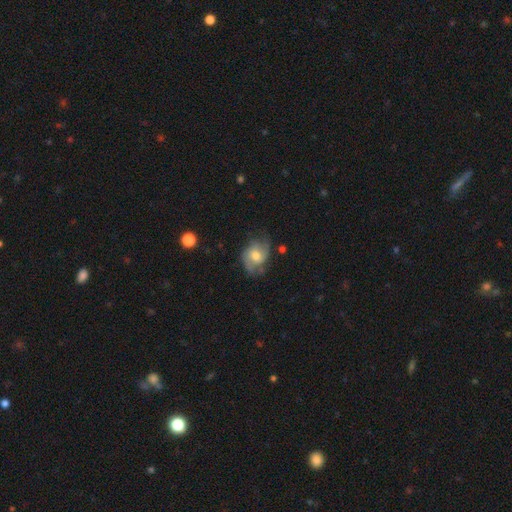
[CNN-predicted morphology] Smooth or featured: featured or disk — 59% (smooth — 33%)
Edge-on disk: no — 97% (yes — 3%)
Bar: no — 62% (weak — 32%)
Spiral arms: yes — 85% (no — 15%)
Bulge size: moderate — 64% (small — 23%)
Merging: none — 57% (minor disturbance — 27%)